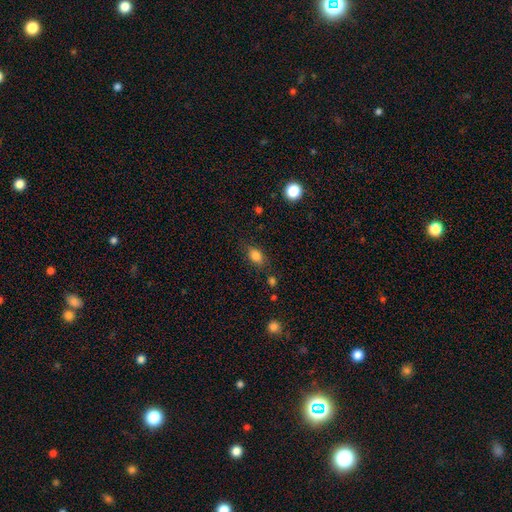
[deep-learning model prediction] smooth-or-featured: smooth: 83% | star or artifact: 10% | featured or disk: 7%
  how-rounded: in between: 81% | round: 16% | cigar-shaped: 3%
  merging: none: 78% | minor disturbance: 15% | major disturbance: 4% | merger: 3%